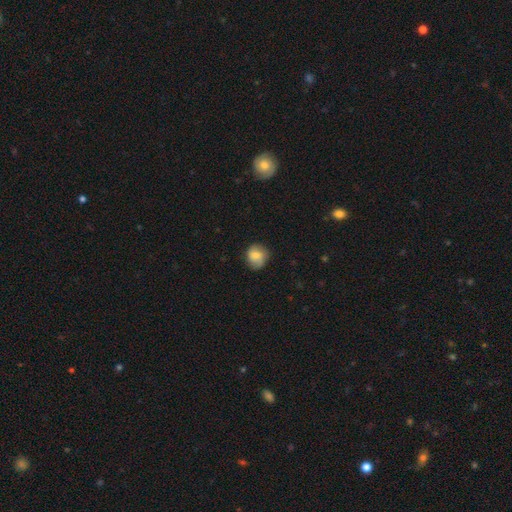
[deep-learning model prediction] Smooth or featured? Predicted: smooth (p=0.70). How rounded? Predicted: round (p=0.81). Merging? Predicted: none (p=0.76).